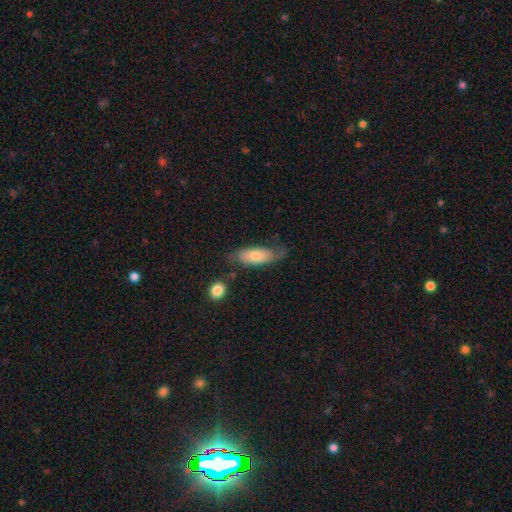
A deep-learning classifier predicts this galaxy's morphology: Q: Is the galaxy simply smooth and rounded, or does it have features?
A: smooth — 65%.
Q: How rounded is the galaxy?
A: in between — 73%.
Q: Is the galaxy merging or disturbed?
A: none — 55%.